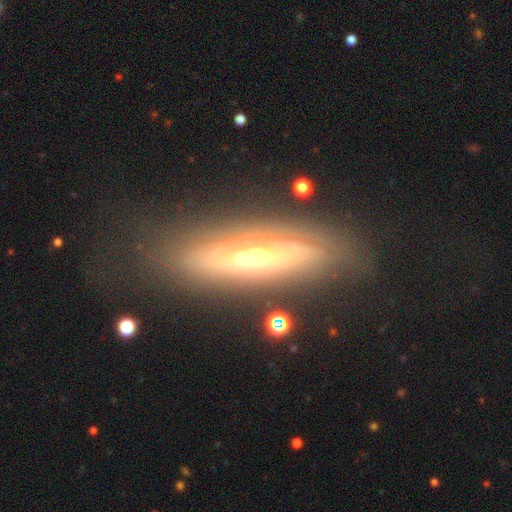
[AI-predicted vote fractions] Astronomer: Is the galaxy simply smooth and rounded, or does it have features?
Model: featured or disk — 69%.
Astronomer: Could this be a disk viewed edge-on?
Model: no — 51% (runner-up: yes, 49%).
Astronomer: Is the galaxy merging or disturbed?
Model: none — 76%.